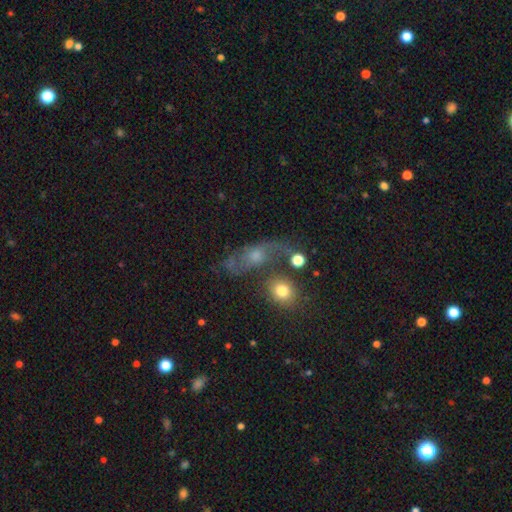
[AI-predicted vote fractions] Smooth or featured? featured or disk (45%)
Merging? none (39%)